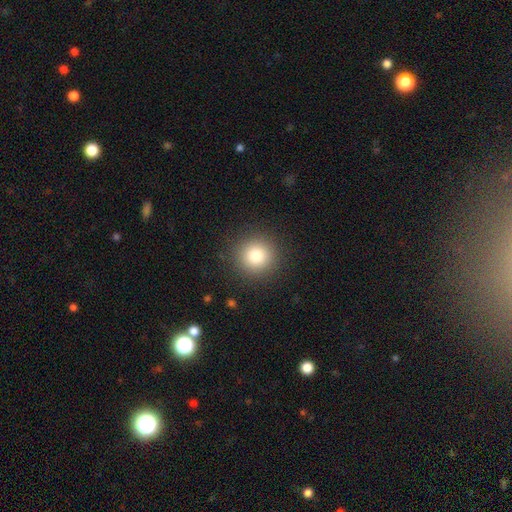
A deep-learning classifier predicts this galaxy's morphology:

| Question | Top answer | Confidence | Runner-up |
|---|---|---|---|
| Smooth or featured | smooth | 83% | star or artifact (11%) |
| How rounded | round | 94% | in between (5%) |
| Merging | none | 90% | minor disturbance (6%) |